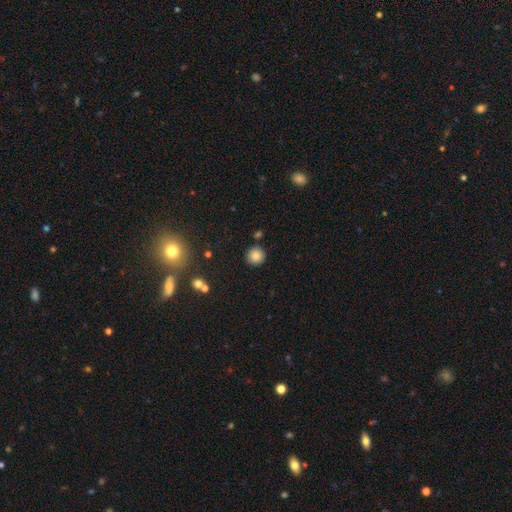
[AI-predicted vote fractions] This is clearly a smooth galaxy (84%). How rounded: clearly round (94%). Merging: clearly none (87%).